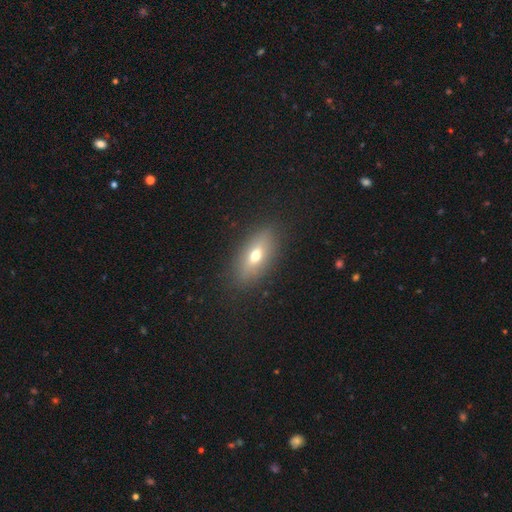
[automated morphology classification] Smooth or featured?
  - smooth: 62% *
  - featured or disk: 27%
  - star or artifact: 10%
How rounded?
  - in between: 78% *
  - cigar-shaped: 15%
  - round: 7%
Merging?
  - none: 85% *
  - minor disturbance: 10%
  - major disturbance: 4%
  - merger: 1%